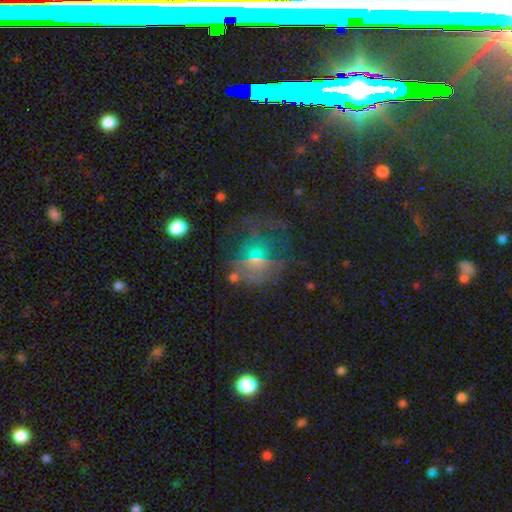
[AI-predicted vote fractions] Morphology: type=smooth (36%); merging=none (43%).